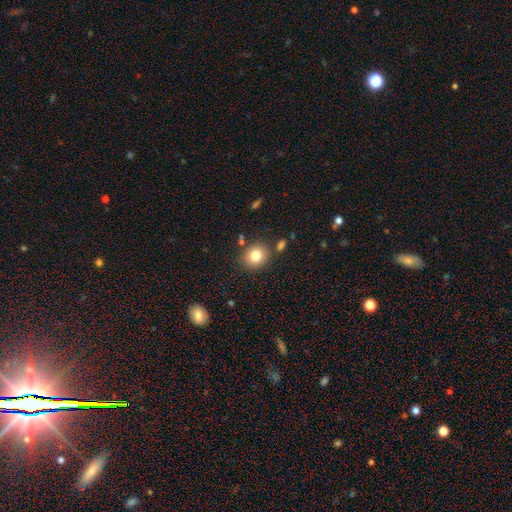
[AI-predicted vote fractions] smooth-or-featured: smooth: 80% | star or artifact: 11% | featured or disk: 9%
  how-rounded: round: 77% | in between: 22% | cigar-shaped: 1%
  merging: none: 82% | minor disturbance: 9% | merger: 6% | major disturbance: 3%